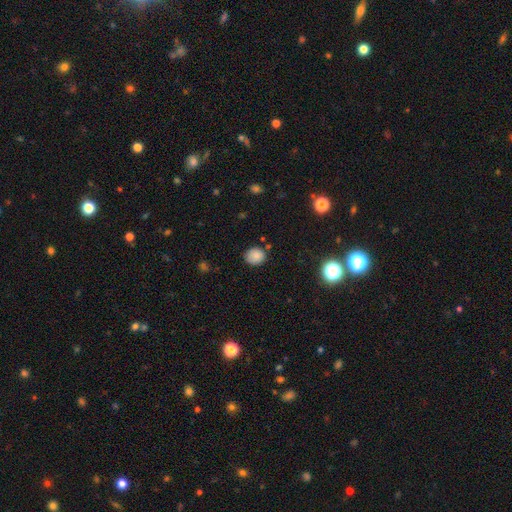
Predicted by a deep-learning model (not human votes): Smooth or featured?
  - smooth: 82% *
  - star or artifact: 12%
  - featured or disk: 6%
How rounded?
  - round: 78% *
  - in between: 21%
  - cigar-shaped: 1%
Merging?
  - none: 81% *
  - minor disturbance: 14%
  - merger: 3%
  - major disturbance: 3%